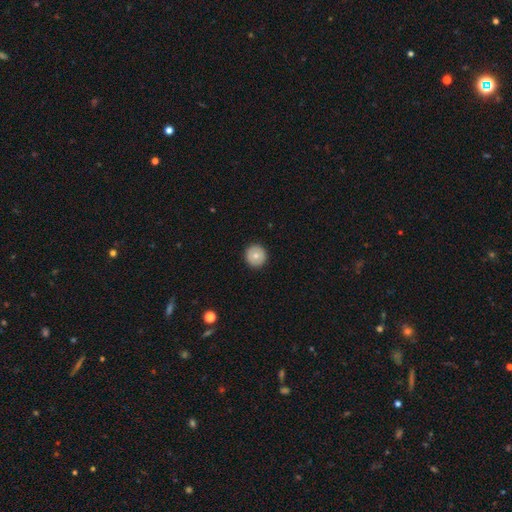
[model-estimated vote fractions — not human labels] Overall: smooth (71%). How rounded: round (95%). Merging: none (92%).